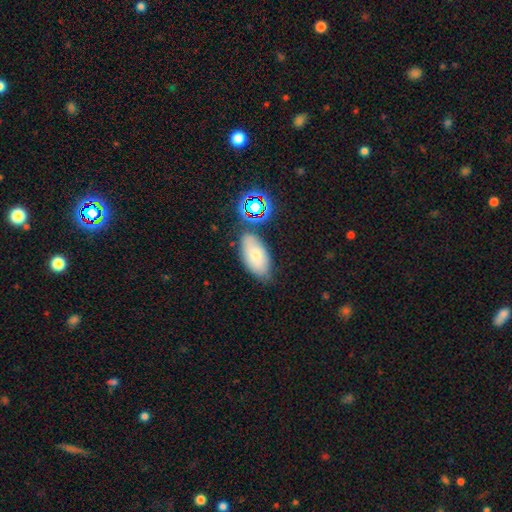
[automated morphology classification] Smooth or featured? smooth (71%)
How rounded? in between (93%)
Merging? none (70%)